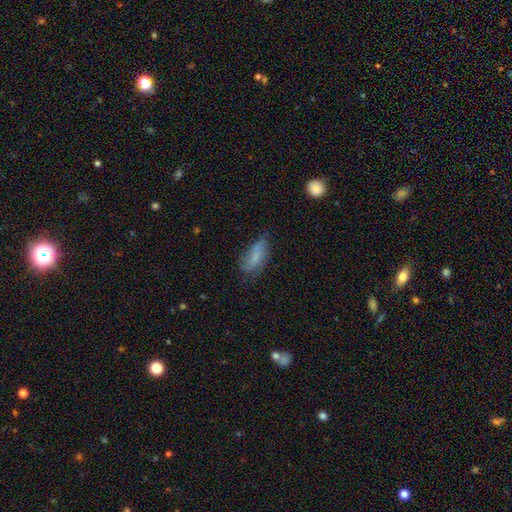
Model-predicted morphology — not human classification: This is likely a smooth galaxy (66%). How rounded: likely in between (75%). Merging: possibly none (55%).